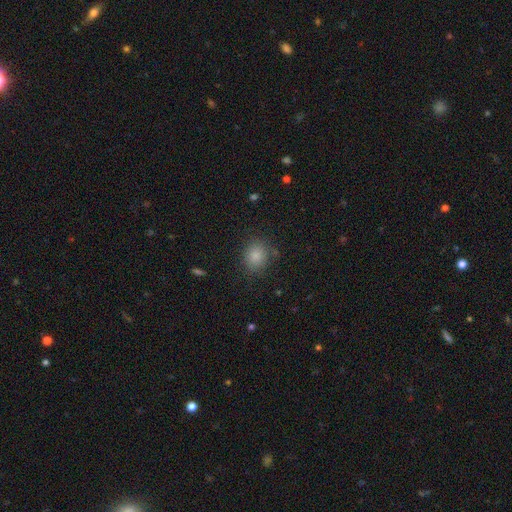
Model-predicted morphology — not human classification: Smooth or featured?
  - smooth: 83% *
  - star or artifact: 11%
  - featured or disk: 6%
How rounded?
  - round: 61% *
  - in between: 38%
  - cigar-shaped: 1%
Merging?
  - none: 81% *
  - minor disturbance: 13%
  - major disturbance: 4%
  - merger: 2%